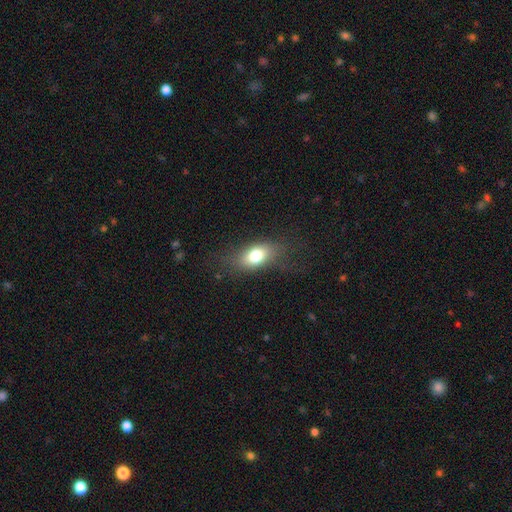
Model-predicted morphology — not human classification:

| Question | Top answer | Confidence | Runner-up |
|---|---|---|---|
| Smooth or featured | smooth | 74% | featured or disk (15%) |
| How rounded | in between | 79% | round (16%) |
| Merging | none | 74% | minor disturbance (16%) |